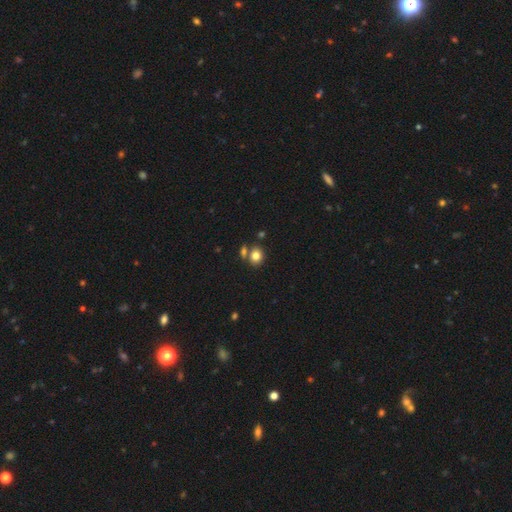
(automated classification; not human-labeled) A smooth galaxy with no disk features (81%) that is round (61%).

Vote fractions:
- Smooth or featured? smooth: 81% / star or artifact: 11% / featured or disk: 8%
- How rounded? round: 61% / in between: 38% / cigar-shaped: 1%
- Merging? none: 64% / merger: 22% / minor disturbance: 11% / major disturbance: 3%